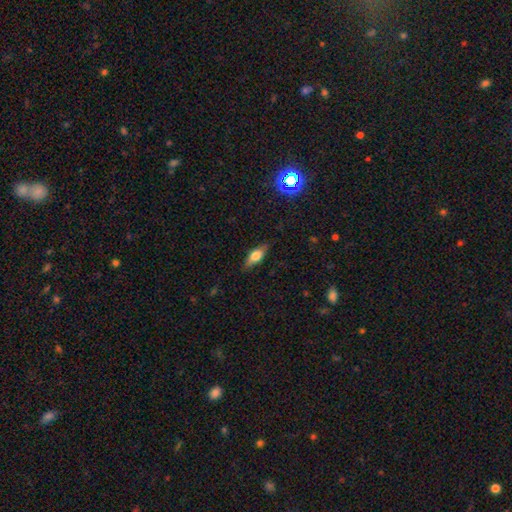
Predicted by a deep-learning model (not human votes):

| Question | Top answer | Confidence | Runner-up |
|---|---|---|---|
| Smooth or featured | smooth | 60% | featured or disk (32%) |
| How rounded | in between | 67% | cigar-shaped (29%) |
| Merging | none | 83% | minor disturbance (13%) |